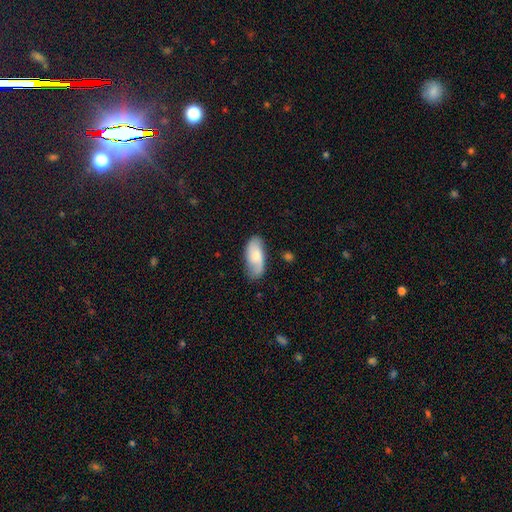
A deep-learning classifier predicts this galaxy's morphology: This is likely a smooth galaxy (62%). How rounded: clearly in between (90%). Merging: likely none (69%).